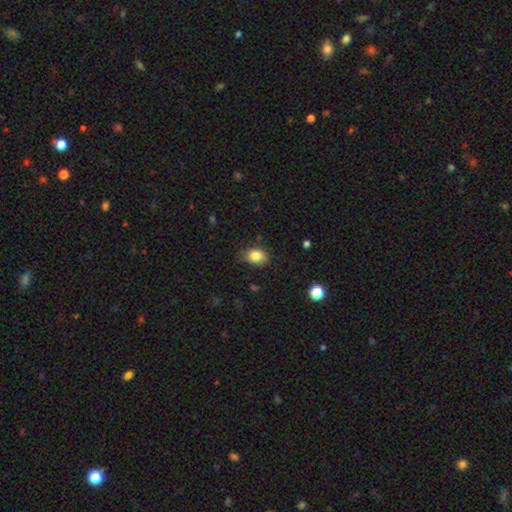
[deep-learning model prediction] Smooth or featured?
  - smooth: 84% *
  - star or artifact: 9%
  - featured or disk: 7%
How rounded?
  - in between: 73% *
  - round: 26%
  - cigar-shaped: 1%
Merging?
  - none: 75% *
  - minor disturbance: 19%
  - major disturbance: 4%
  - merger: 1%